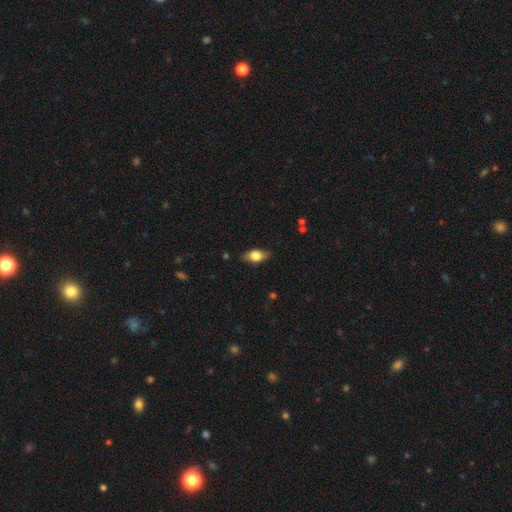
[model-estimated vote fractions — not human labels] A smooth galaxy with no disk features (67%) that is in between round and cigar-shaped (82%).

Vote fractions:
- Smooth or featured? smooth: 67% / featured or disk: 25% / star or artifact: 8%
- How rounded? in between: 82% / round: 9% / cigar-shaped: 9%
- Merging? none: 81% / minor disturbance: 15% / major disturbance: 3% / merger: 1%